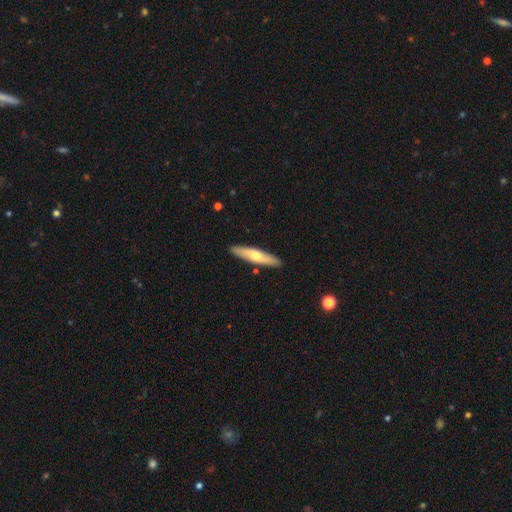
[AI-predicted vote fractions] Smooth or featured?
  - smooth: 56% *
  - featured or disk: 39%
  - star or artifact: 5%
How rounded?
  - cigar-shaped: 81% *
  - in between: 18%
  - round: 2%
Merging?
  - none: 89% *
  - minor disturbance: 8%
  - merger: 2%
  - major disturbance: 2%